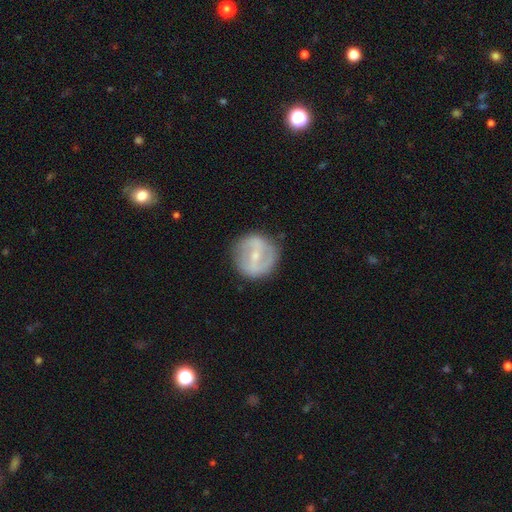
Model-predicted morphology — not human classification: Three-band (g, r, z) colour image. It shows a featured or disk galaxy (70%) with a strong bar (52%), spiral arms (57%) and a small central bulge (67%). Merging: none (83%).